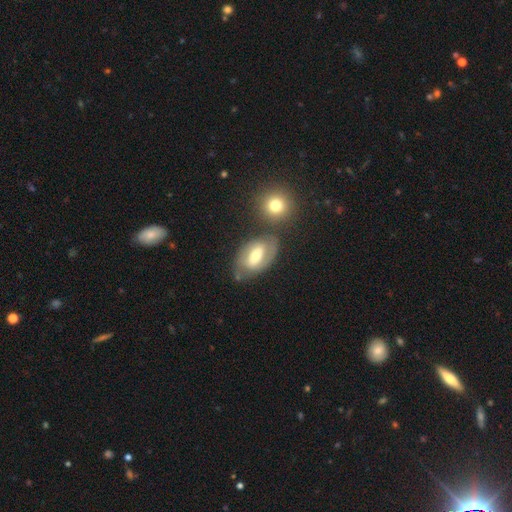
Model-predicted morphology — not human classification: Smooth or featured: featured or disk — 62% (smooth — 30%)
Edge-on disk: no — 93% (yes — 7%)
Bar: weak — 43% (strong — 35%)
Spiral arms: yes — 68% (no — 32%)
Bulge size: moderate — 64% (small — 25%)
Merging: none — 62% (minor disturbance — 17%)